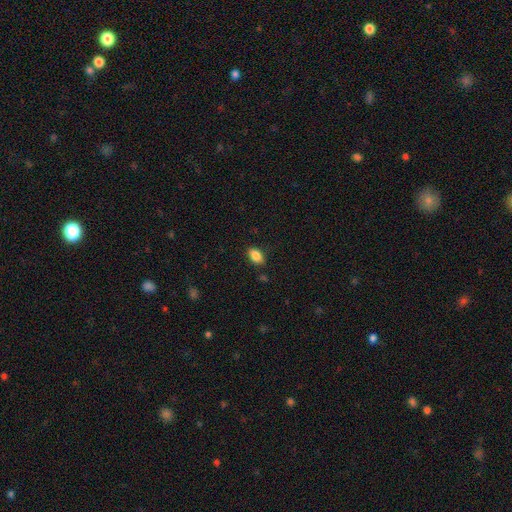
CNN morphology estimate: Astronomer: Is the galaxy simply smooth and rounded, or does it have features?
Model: smooth — 86%.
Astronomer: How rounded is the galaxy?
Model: in between — 89%.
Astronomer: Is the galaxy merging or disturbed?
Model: none — 85%.